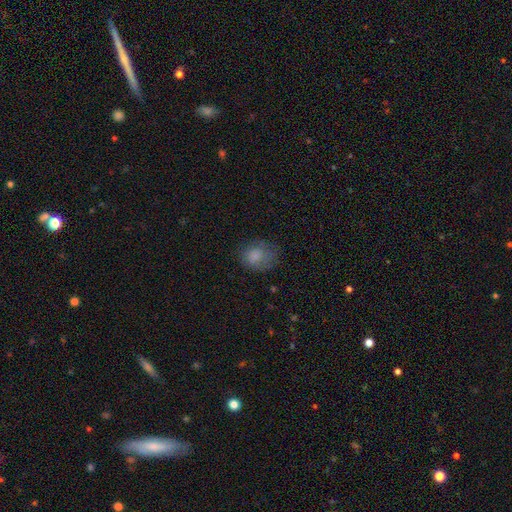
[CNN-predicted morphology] The model was most divided on "how rounded": in between: 51%, round: 48%, cigar-shaped: 1%. More confident: smooth or featured — smooth (79%); merging — none (56%).